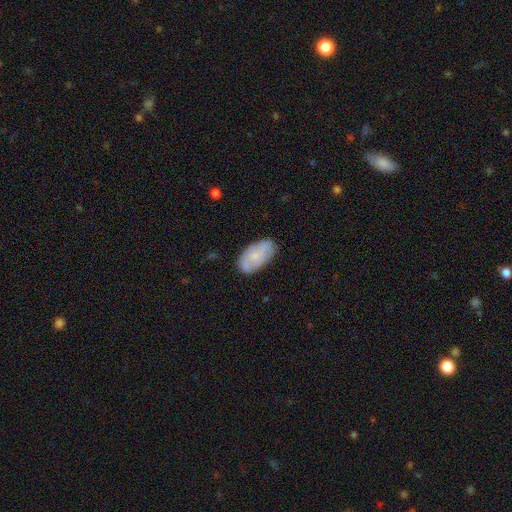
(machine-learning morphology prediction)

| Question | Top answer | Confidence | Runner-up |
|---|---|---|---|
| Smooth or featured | smooth | 60% | featured or disk (34%) |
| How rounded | in between | 93% | round (4%) |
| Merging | none | 78% | minor disturbance (17%) |